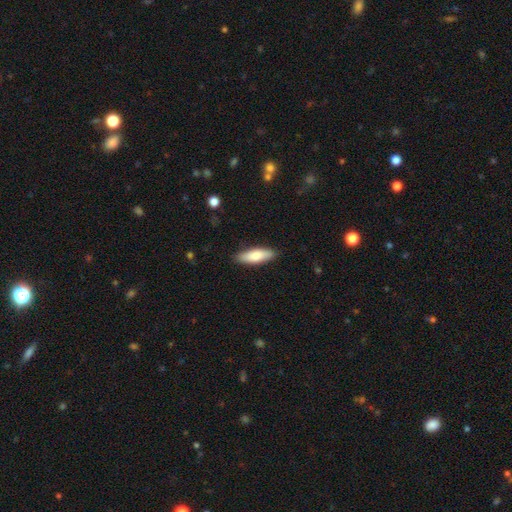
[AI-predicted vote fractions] Morphology: type=smooth (77%); roundness=in between (53%); merging=none (88%).